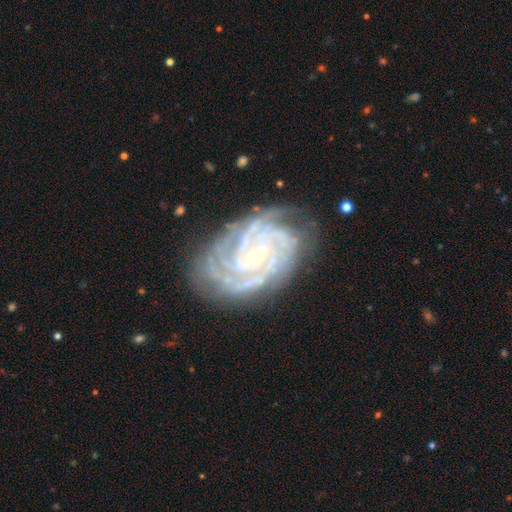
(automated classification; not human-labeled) Smooth or featured? Predicted: featured or disk (p=0.91). Edge-on disk? Predicted: no (p=0.97). Bar? Predicted: no (p=0.40). Spiral arms? Predicted: yes (p=0.98). Spiral winding? Predicted: tight (p=0.76). Spiral arm count? Predicted: 4 (p=0.31). Bulge size? Predicted: small (p=0.75). Merging? Predicted: none (p=0.75).